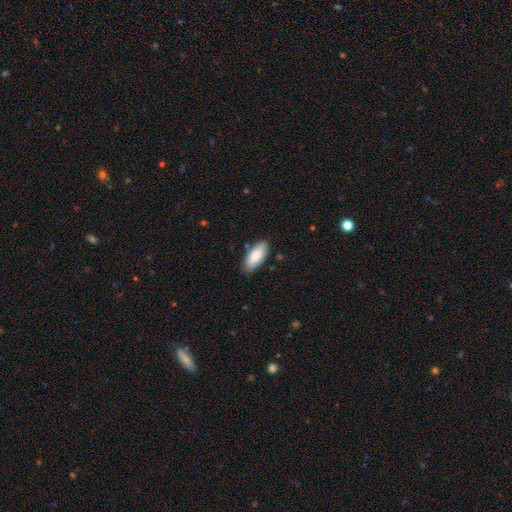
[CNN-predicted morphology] Overall: smooth (85%). How rounded: in between (85%). Merging: none (83%).